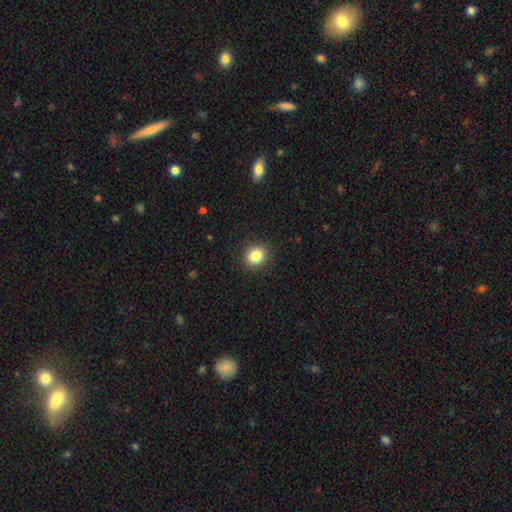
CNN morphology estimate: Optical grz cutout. It shows a smooth galaxy with no disk features (84%) that is round (64%). Merging: none (90%).